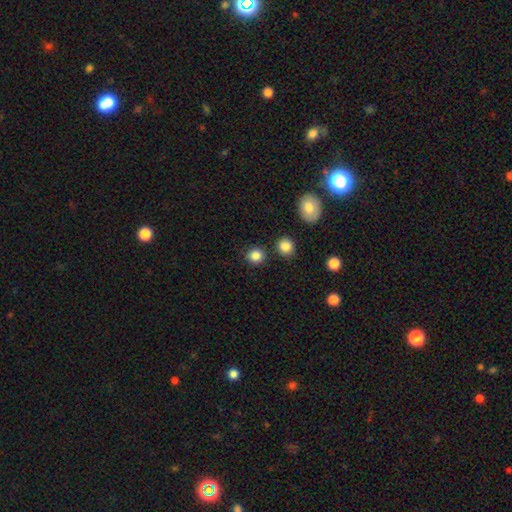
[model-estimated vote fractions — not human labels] A smooth galaxy with no disk features (85%) that is round (90%).

Vote fractions:
- Smooth or featured? smooth: 85% / star or artifact: 11% / featured or disk: 4%
- How rounded? round: 90% / in between: 9% / cigar-shaped: 1%
- Merging? none: 85% / minor disturbance: 7% / merger: 5% / major disturbance: 2%